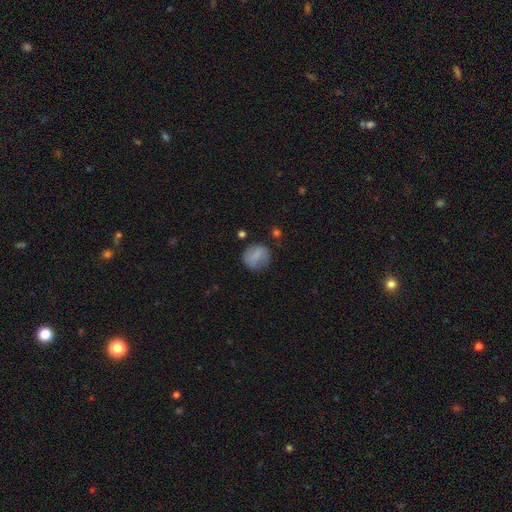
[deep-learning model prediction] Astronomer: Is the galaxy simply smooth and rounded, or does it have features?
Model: smooth — 77%.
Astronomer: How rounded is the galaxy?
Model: round — 76%.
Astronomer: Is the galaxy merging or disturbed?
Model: none — 68%.